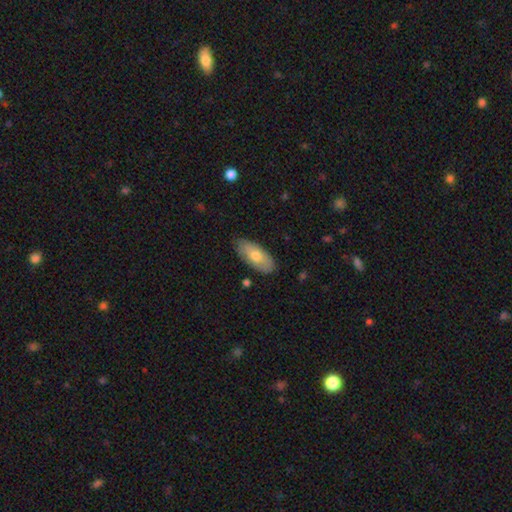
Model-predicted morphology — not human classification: Smooth or featured? smooth (67%)
How rounded? in between (90%)
Merging? none (82%)